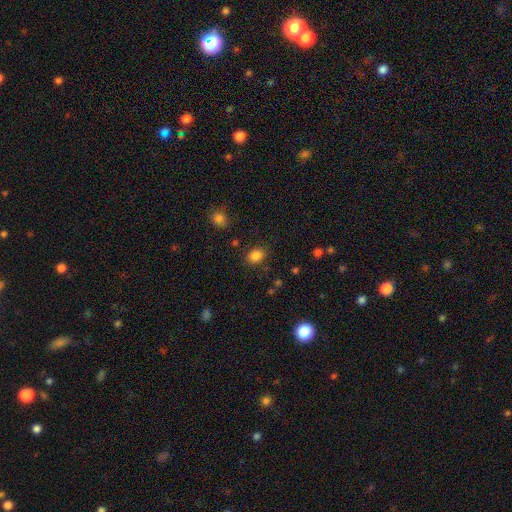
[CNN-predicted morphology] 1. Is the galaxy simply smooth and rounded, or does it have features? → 84% smooth, 12% star or artifact, 4% featured or disk.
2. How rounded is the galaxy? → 52% in between, 47% round, 1% cigar-shaped.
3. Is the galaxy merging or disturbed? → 82% none, 11% minor disturbance, 4% major disturbance, 3% merger.